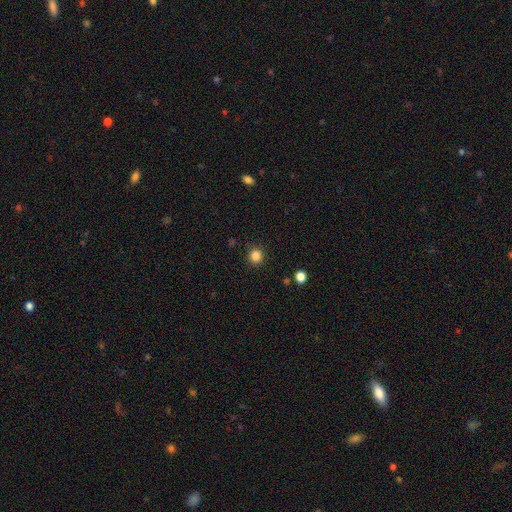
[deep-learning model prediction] Q: Smooth or featured?
A: smooth (85%); runner-up: star or artifact (12%)
Q: How rounded?
A: round (90%); runner-up: in between (9%)
Q: Merging?
A: none (90%); runner-up: minor disturbance (7%)